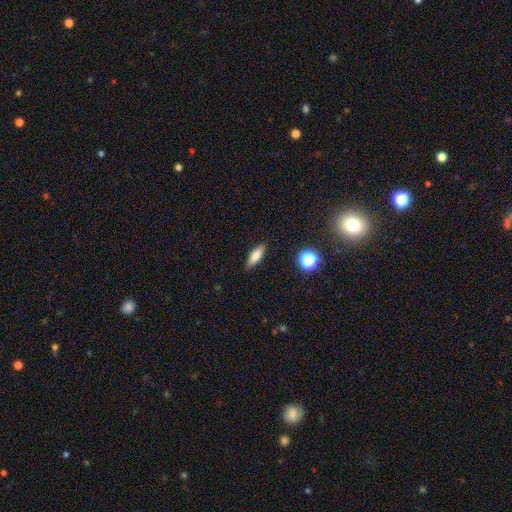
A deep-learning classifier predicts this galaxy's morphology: smooth-or-featured: smooth: 77% | featured or disk: 14% | star or artifact: 9%
  how-rounded: in between: 57% | cigar-shaped: 39% | round: 4%
  merging: none: 88% | minor disturbance: 9% | major disturbance: 2% | merger: 1%